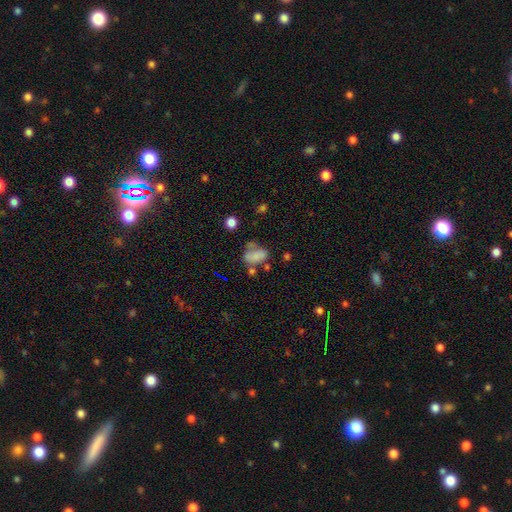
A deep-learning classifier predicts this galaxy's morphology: smooth_or_featured: smooth (p=0.66) [alt: featured or disk p=0.20]
how_rounded: in between (p=0.81) [alt: round p=0.17]
merging: none (p=0.31) [alt: minor disturbance p=0.24]